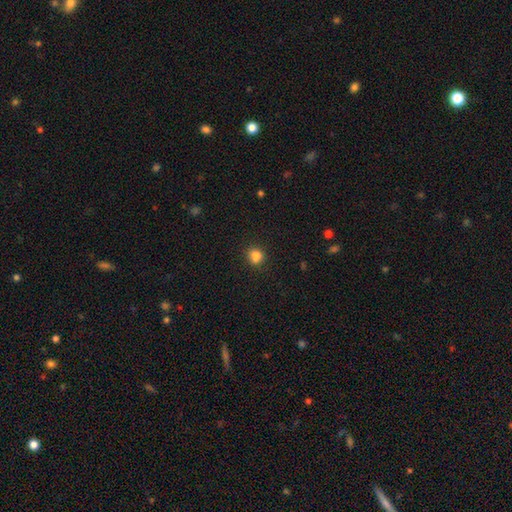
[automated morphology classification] Q: Smooth or featured?
A: smooth (83%); runner-up: star or artifact (12%)
Q: How rounded?
A: round (82%); runner-up: in between (17%)
Q: Merging?
A: none (79%); runner-up: minor disturbance (12%)